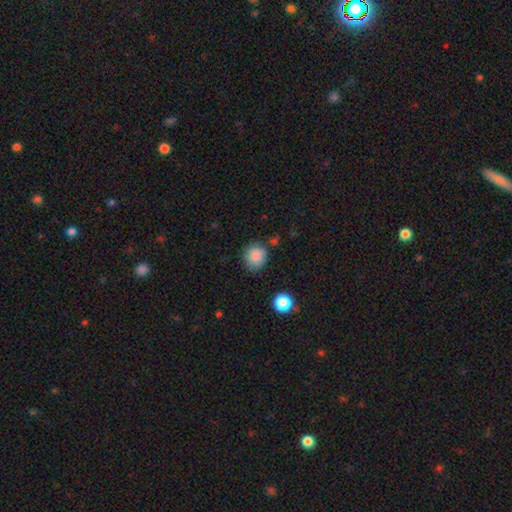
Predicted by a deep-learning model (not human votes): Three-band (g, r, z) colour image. It shows a smooth galaxy with no disk features (86%) that is round (80%). Merging: none (75%).